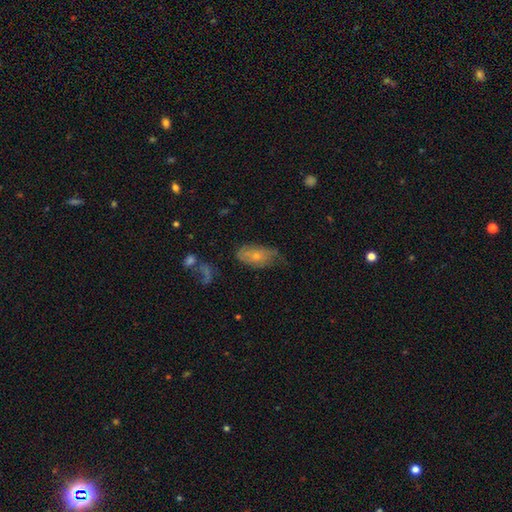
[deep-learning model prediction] Q: Smooth or featured?
A: smooth (58%); runner-up: featured or disk (35%)
Q: How rounded?
A: in between (90%); runner-up: round (5%)
Q: Merging?
A: none (43%); runner-up: minor disturbance (36%)